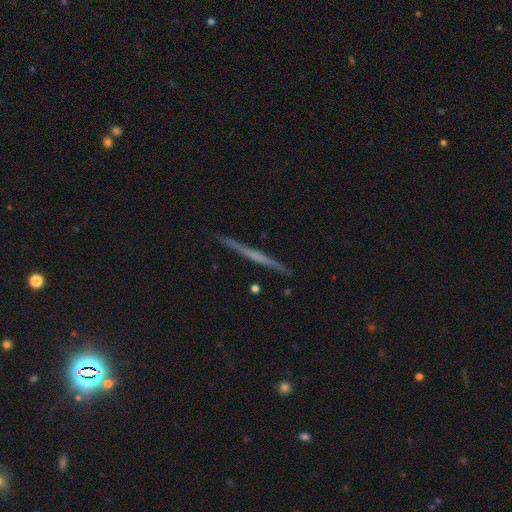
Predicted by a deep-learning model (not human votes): A featured or disk galaxy (64%) viewed edge-on (98%) with no central bulge (80%).

Vote fractions:
- Smooth or featured? featured or disk: 64% / smooth: 30% / star or artifact: 6%
- Edge-on disk? yes: 98% / no: 2%
- Edge-on bulge? none: 80% / rounded: 13% / boxy: 7%
- Merging? none: 92% / minor disturbance: 6% / major disturbance: 1% / merger: 1%